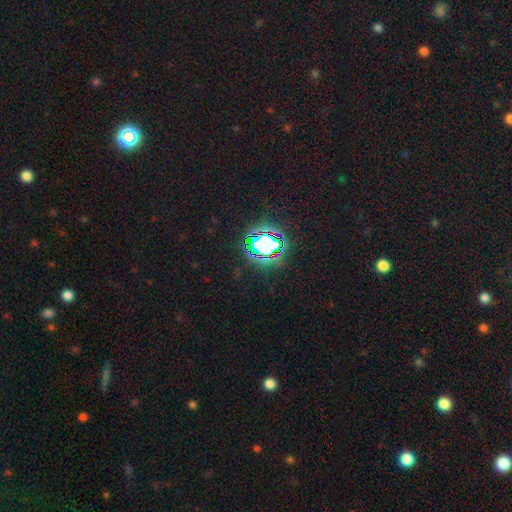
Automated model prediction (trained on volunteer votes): smooth_or_featured: star or artifact (p=0.81) [alt: smooth p=0.12]